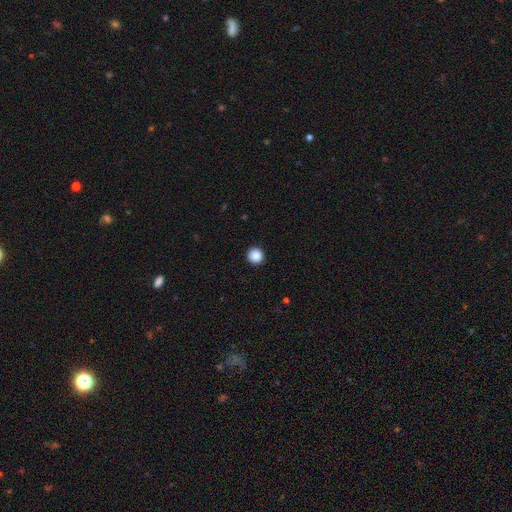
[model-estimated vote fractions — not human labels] Q: Smooth or featured?
A: smooth (88%); runner-up: star or artifact (9%)
Q: How rounded?
A: round (95%); runner-up: in between (4%)
Q: Merging?
A: none (93%); runner-up: minor disturbance (4%)